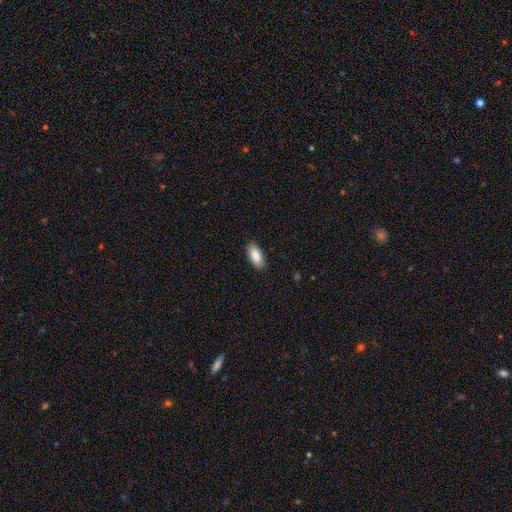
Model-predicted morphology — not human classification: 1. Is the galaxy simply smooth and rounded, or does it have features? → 88% smooth, 6% star or artifact, 6% featured or disk.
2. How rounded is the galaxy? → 90% in between, 8% cigar-shaped, 2% round.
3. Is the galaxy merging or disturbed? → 88% none, 9% minor disturbance, 2% major disturbance, 1% merger.